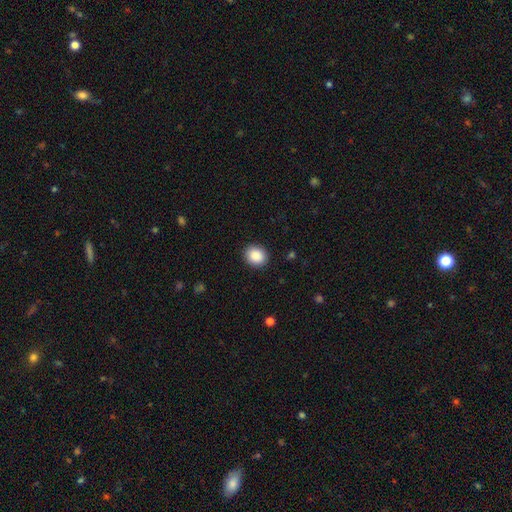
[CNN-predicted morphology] smooth 89%, star or artifact 8%, featured or disk 3%. Down the decision tree: how rounded — round (68%); merging — none (90%).